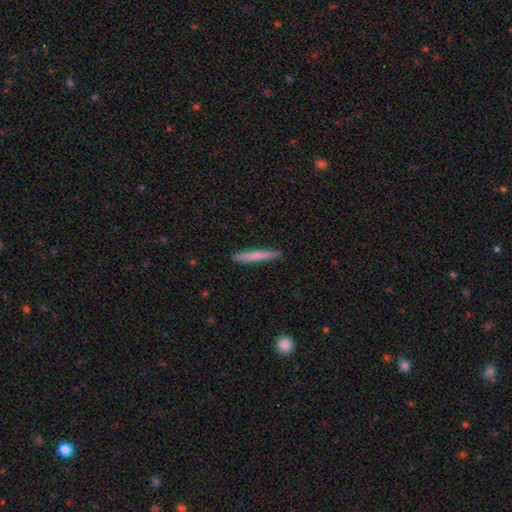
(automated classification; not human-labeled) Smooth or featured: smooth — 74% (featured or disk — 21%)
How rounded: cigar-shaped — 96% (in between — 3%)
Merging: none — 91% (minor disturbance — 7%)